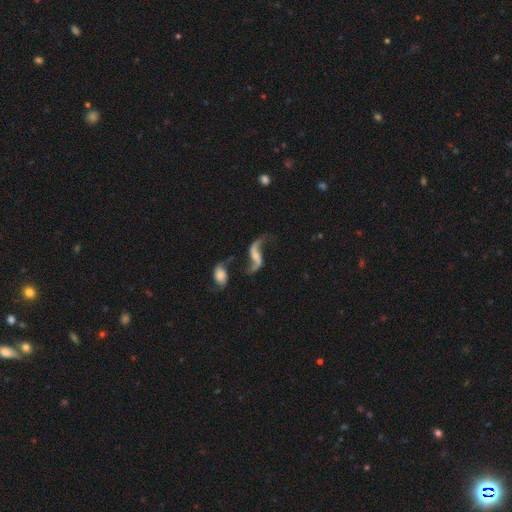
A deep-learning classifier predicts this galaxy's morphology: smooth_or_featured: featured or disk (p=0.88) [alt: smooth p=0.07]
disk_edge_on: no (p=0.95) [alt: yes p=0.05]
bar: no (p=0.38) [alt: weak p=0.37]
has_spiral_arms: yes (p=0.94) [alt: no p=0.06]
spiral_winding: loose (p=0.93) [alt: medium p=0.05]
spiral_arm_count: 2 (p=0.92) [alt: 1 p=0.03]
bulge_size: small (p=0.50) [alt: moderate p=0.25]
merging: none (p=0.57) [alt: minor disturbance p=0.16]